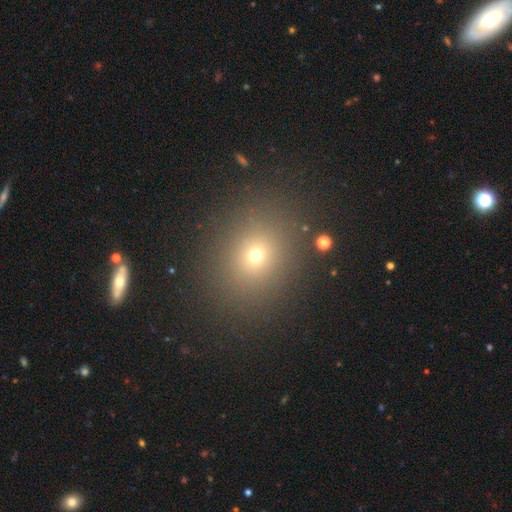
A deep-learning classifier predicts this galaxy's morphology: type=smooth (67%); roundness=round (67%); merging=none (86%).